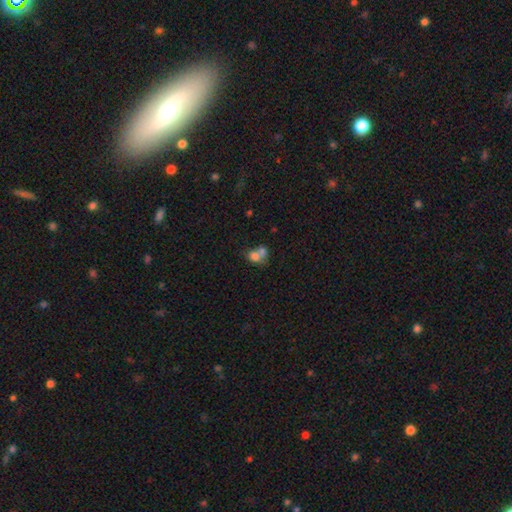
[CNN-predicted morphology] smooth 71%, featured or disk 18%, star or artifact 11%. Down the decision tree: how rounded — round (57%); merging — merger (68%).